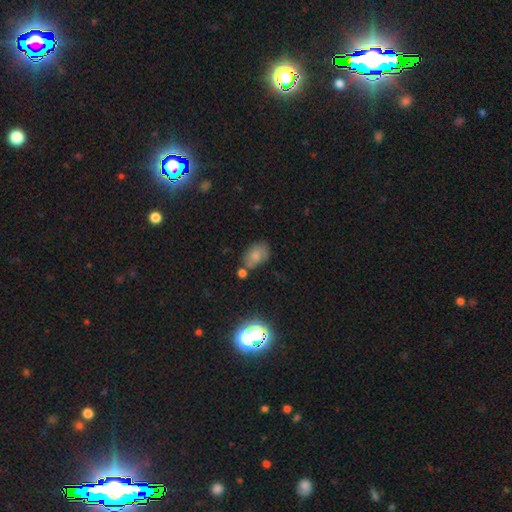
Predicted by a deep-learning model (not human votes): smooth-or-featured: smooth: 70% | featured or disk: 17% | star or artifact: 14%
  how-rounded: in between: 85% | round: 13% | cigar-shaped: 2%
  merging: none: 56% | minor disturbance: 24% | merger: 13% | major disturbance: 7%